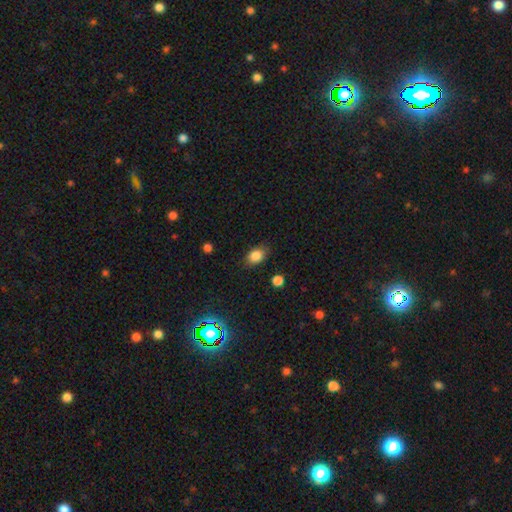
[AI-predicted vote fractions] This appears to be a smooth galaxy with no disk features (84%) that is in between round and cigar-shaped (76%). Merging: none (81%).